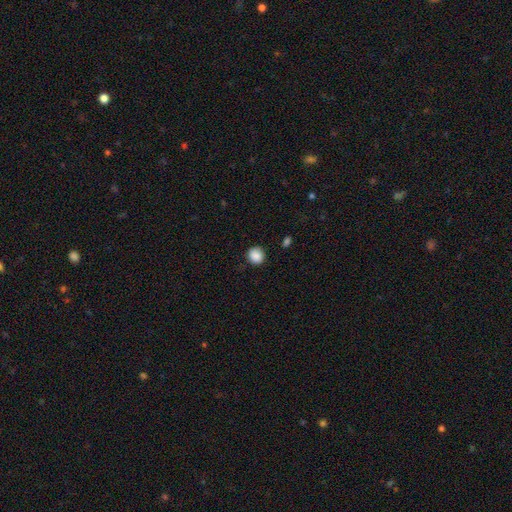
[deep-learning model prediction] Smooth or featured?
  - smooth: 88% *
  - star or artifact: 9%
  - featured or disk: 3%
How rounded?
  - round: 85% *
  - in between: 14%
  - cigar-shaped: 1%
Merging?
  - none: 88% *
  - minor disturbance: 9%
  - major disturbance: 2%
  - merger: 1%